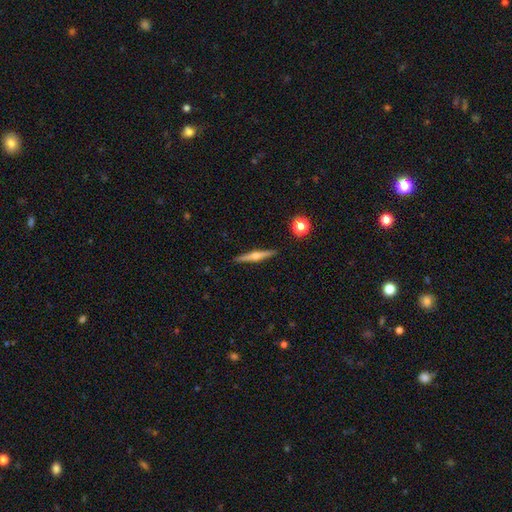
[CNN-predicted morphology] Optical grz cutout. It shows a featured or disk galaxy (68%) viewed edge-on (98%) with a rounded central bulge (91%). Merging: none (91%).